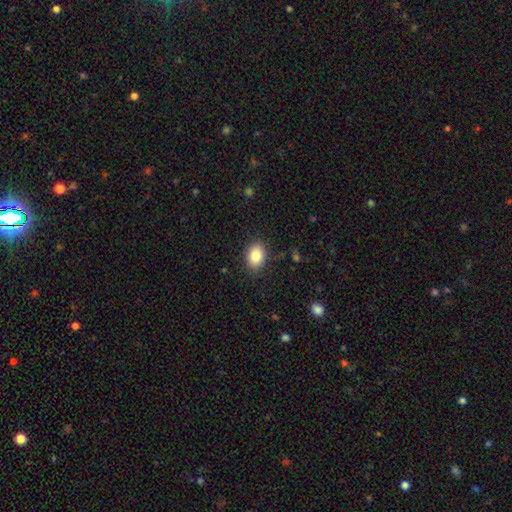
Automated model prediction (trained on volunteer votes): This is clearly a smooth galaxy (86%). How rounded: likely in between (73%). Merging: clearly none (86%).